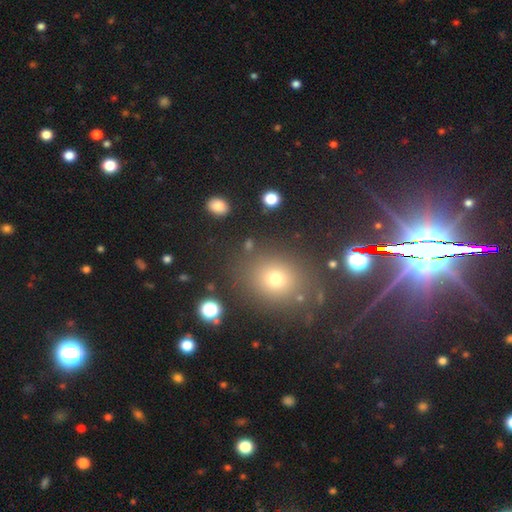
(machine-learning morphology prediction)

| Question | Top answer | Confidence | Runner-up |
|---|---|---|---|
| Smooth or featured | star or artifact | 51% | smooth (30%) |